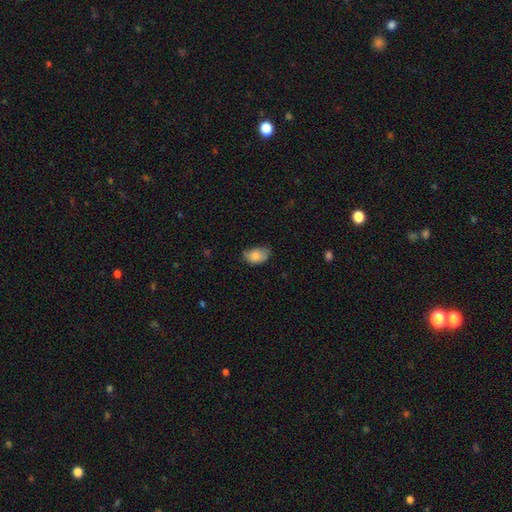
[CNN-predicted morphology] Overall: smooth (81%). How rounded: in between (86%). Merging: none (48%; minor disturbance 41%).